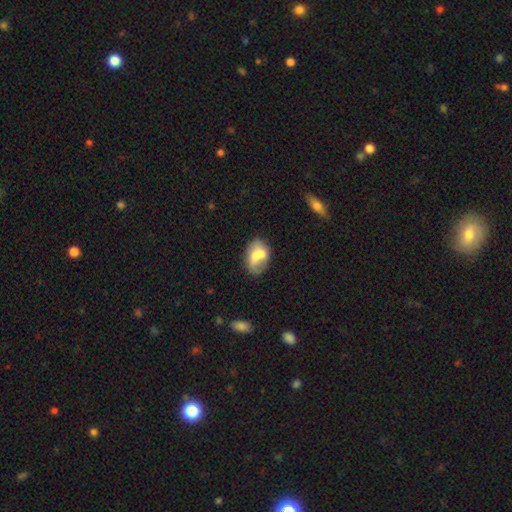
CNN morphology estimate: Overall: smooth (58%; featured or disk 34%). How rounded: in between (81%). Merging: none (34%, tied with merger).